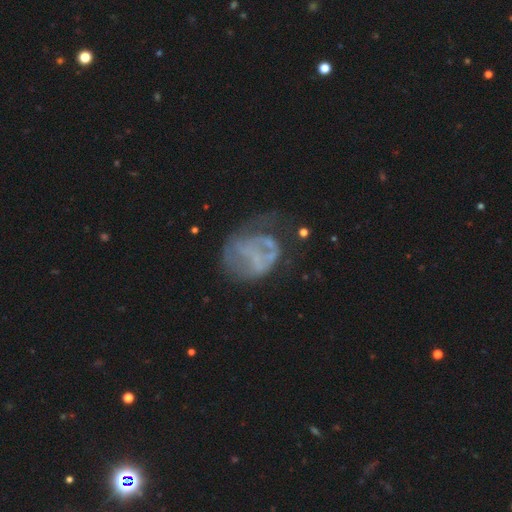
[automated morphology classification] Overall: featured or disk (62%; smooth 25%). Edge-on disk: no (98%). Bar: no (77%). Spiral arms: no (65%; yes 35%). Bulge size: none (78%). Merging: major disturbance (39%; none 34%).